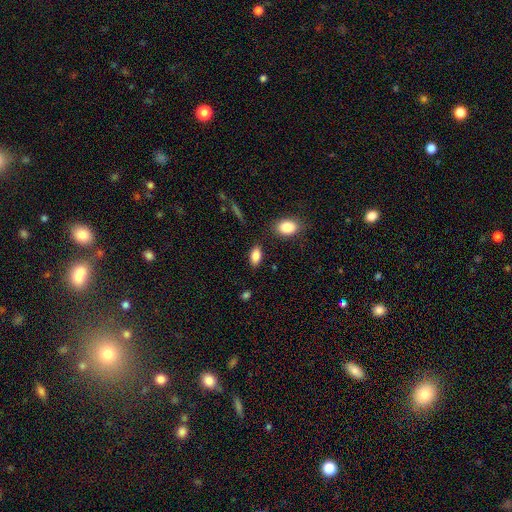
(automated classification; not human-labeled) smooth 84%, featured or disk 8%, star or artifact 8%. Down the decision tree: how rounded — in between (90%); merging — none (82%).